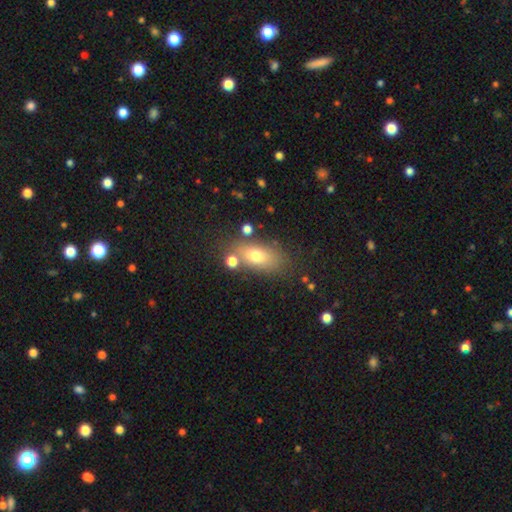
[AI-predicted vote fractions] A smooth galaxy with no disk features (72%) that is in between round and cigar-shaped (82%). Merging: none (71%).